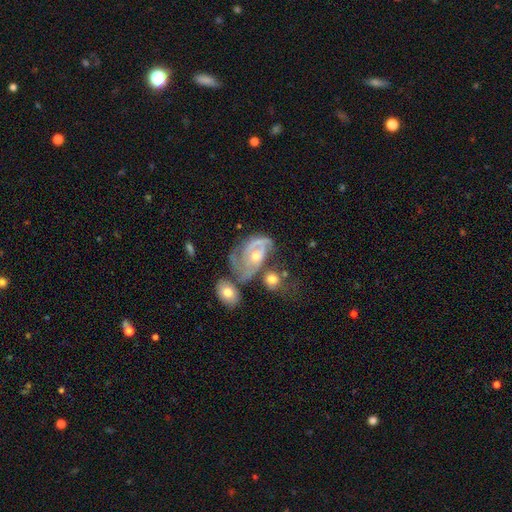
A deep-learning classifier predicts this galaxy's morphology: Overall: featured or disk (82%). Edge-on disk: no (97%). Bar: no (64%; weak 28%). Spiral arms: yes (92%). Spiral arm count: 2 (46%; can't tell 23%). Spiral winding: tight (49%; medium 39%). Bulge size: moderate (54%; small 40%). Merging: none (36%; merger 24%).